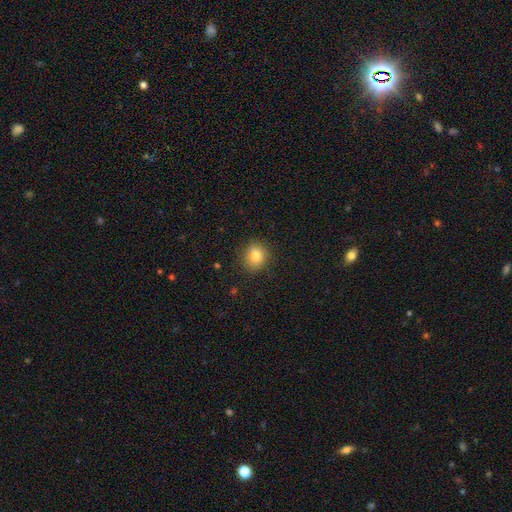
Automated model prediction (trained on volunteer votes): Morphology: type=smooth (82%); roundness=round (72%); merging=none (87%).